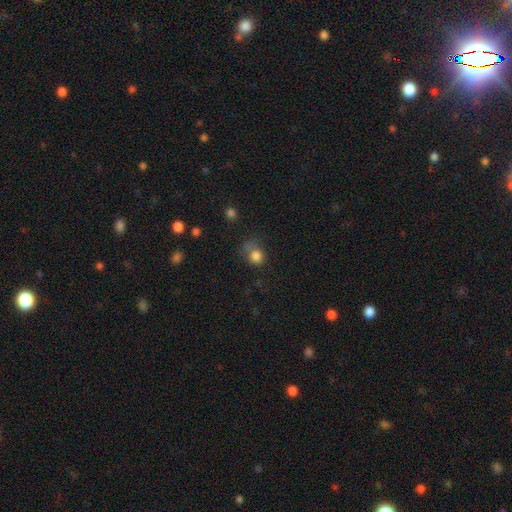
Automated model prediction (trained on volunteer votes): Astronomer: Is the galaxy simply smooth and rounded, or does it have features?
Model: smooth — 81%.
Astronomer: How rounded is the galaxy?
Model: round — 69%.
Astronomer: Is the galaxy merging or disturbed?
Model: none — 45% (runner-up: minor disturbance, 28%).